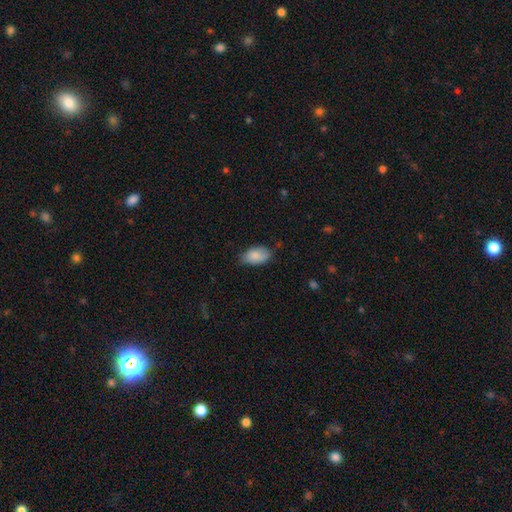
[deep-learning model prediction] Smooth or featured? smooth (84%)
How rounded? in between (92%)
Merging? none (61%)